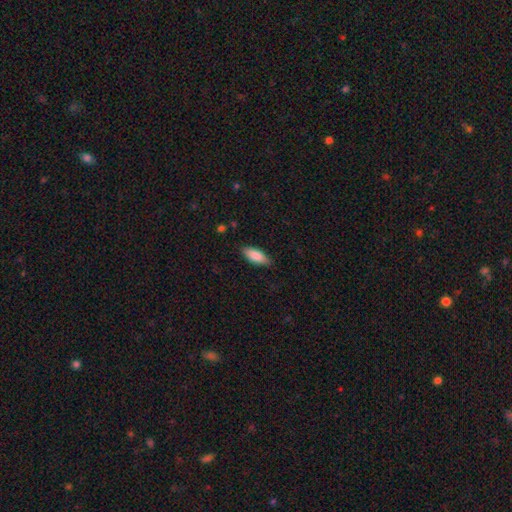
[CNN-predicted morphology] Smooth or featured?
  - smooth: 85% *
  - featured or disk: 9%
  - star or artifact: 6%
How rounded?
  - in between: 80% *
  - cigar-shaped: 18%
  - round: 2%
Merging?
  - none: 85% *
  - minor disturbance: 12%
  - major disturbance: 2%
  - merger: 1%